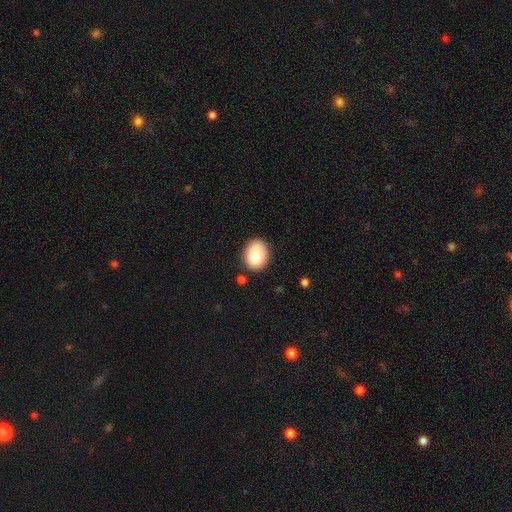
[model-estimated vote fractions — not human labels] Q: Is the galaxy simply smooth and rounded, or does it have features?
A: smooth — 87%.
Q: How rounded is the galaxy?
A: in between — 60%.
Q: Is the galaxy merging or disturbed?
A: none — 78%.